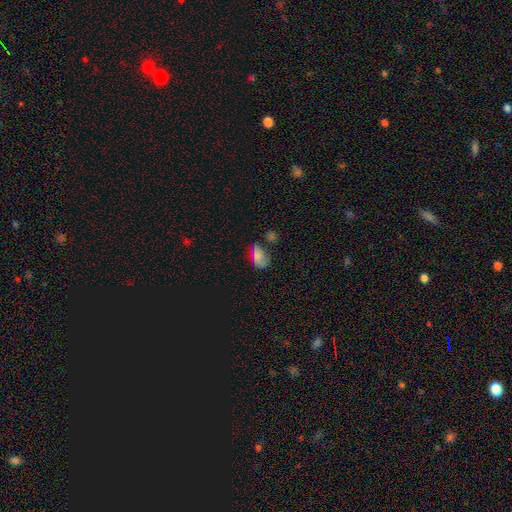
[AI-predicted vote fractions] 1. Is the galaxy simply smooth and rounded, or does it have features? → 73% smooth, 16% star or artifact, 11% featured or disk.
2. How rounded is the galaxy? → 87% in between, 11% round, 2% cigar-shaped.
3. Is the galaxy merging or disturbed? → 46% none, 30% minor disturbance, 13% major disturbance, 10% merger.